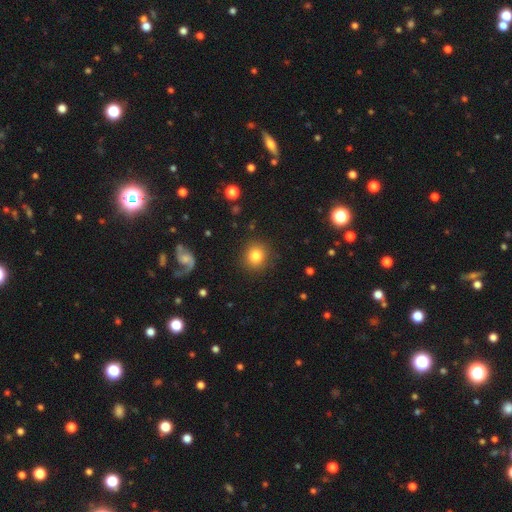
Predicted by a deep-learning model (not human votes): Smooth or featured? smooth (81%)
How rounded? round (89%)
Merging? none (89%)